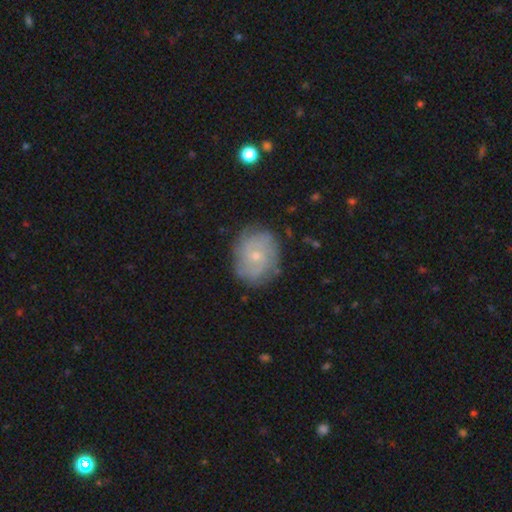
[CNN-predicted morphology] This appears to be a featured or disk galaxy (67%) with no bar (77%), tight (60%) spiral arms (88%) and a small central bulge (74%). Merging: none (80%).